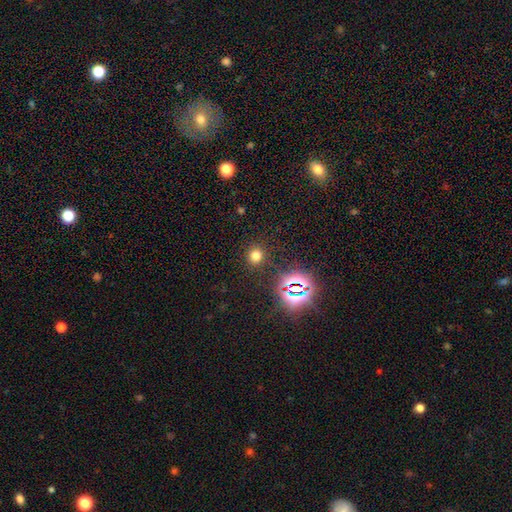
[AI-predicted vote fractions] Smooth or featured? smooth (69%)
How rounded? round (87%)
Merging? none (88%)